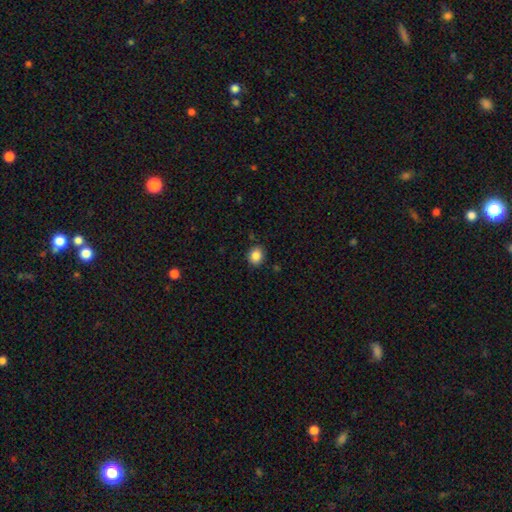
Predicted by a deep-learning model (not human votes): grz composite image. It shows a smooth galaxy with no disk features (86%) that is round (68%). Merging: none (87%).